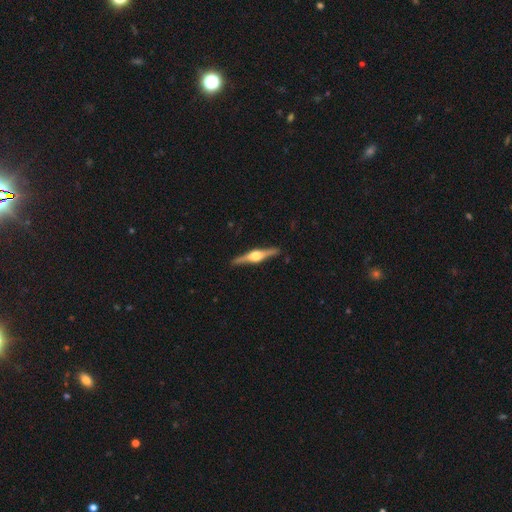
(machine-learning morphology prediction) The model was most divided on "smooth or featured": featured or disk: 82%, smooth: 14%, star or artifact: 4%. More confident: edge-on disk — yes (98%); edge-on bulge — rounded (95%); merging — none (91%).